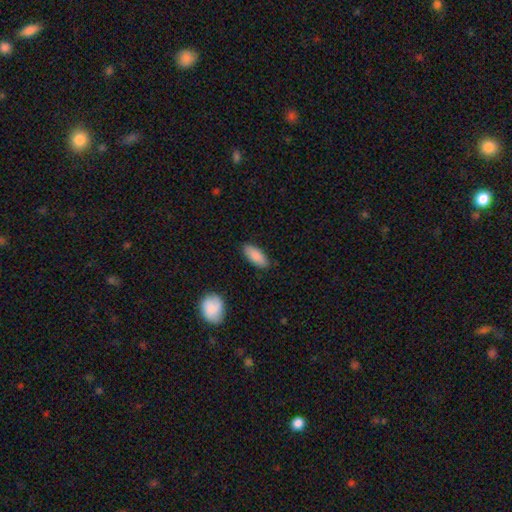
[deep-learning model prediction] This appears to be a smooth galaxy with no disk features (87%) that is in between round and cigar-shaped (80%). Merging: none (85%).